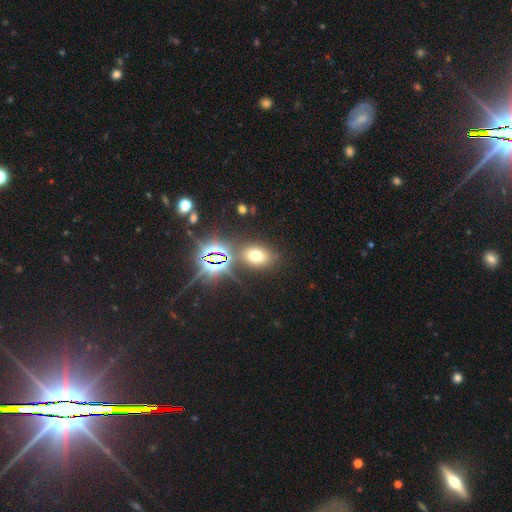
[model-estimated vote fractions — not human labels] A smooth galaxy with no disk features (58%) that is in between round and cigar-shaped (70%).

Vote fractions:
- Smooth or featured? smooth: 58% / star or artifact: 32% / featured or disk: 10%
- How rounded? in between: 70% / round: 28% / cigar-shaped: 2%
- Merging? none: 79% / minor disturbance: 10% / merger: 6% / major disturbance: 5%